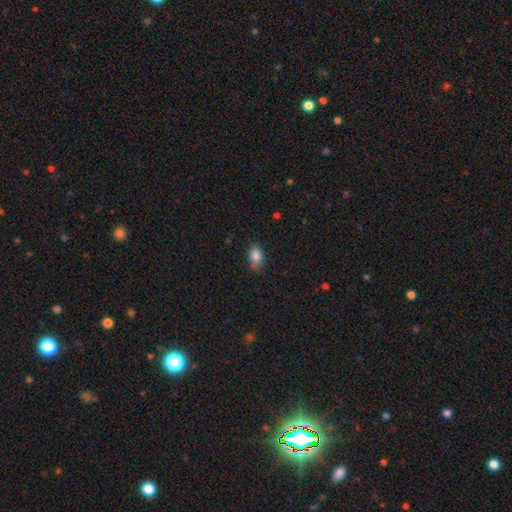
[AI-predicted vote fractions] smooth_or_featured: smooth (p=0.85) [alt: star or artifact p=0.09]
how_rounded: in between (p=0.77) [alt: round p=0.21]
merging: none (p=0.67) [alt: minor disturbance p=0.25]